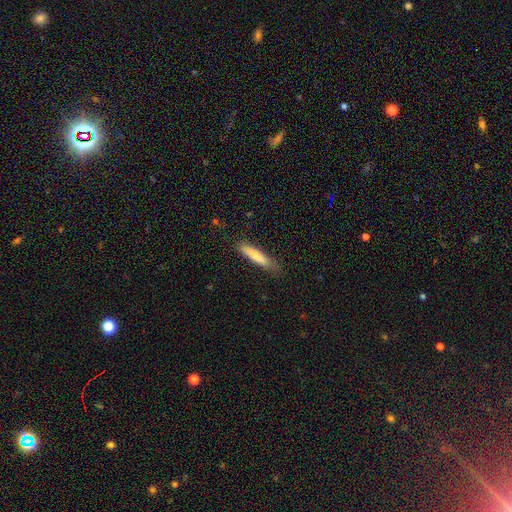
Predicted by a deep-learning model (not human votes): A smooth galaxy with no disk features (69%) that is cigar-shaped (86%). Merging: none (78%).